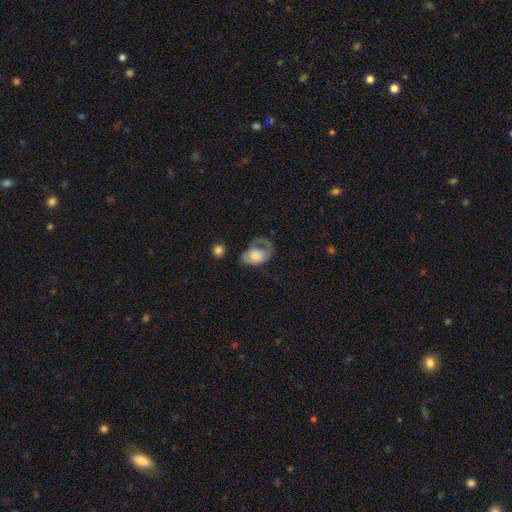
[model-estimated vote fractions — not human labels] This appears to be a smooth galaxy with no disk features (58%) that is in between round and cigar-shaped (82%). Merging: major disturbance (49%).